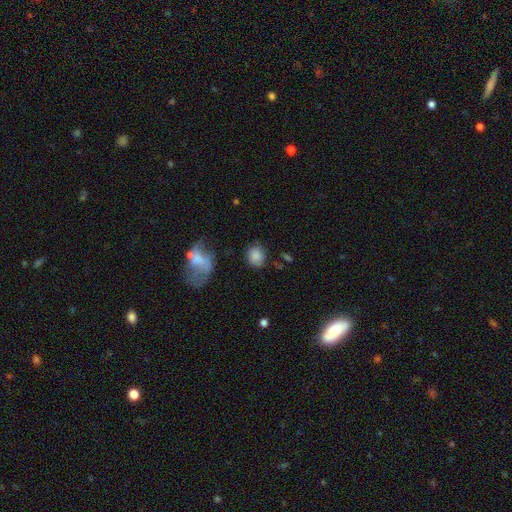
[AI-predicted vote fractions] smooth 83%, star or artifact 9%, featured or disk 8%. Down the decision tree: how rounded — round (73%); merging — none (75%).